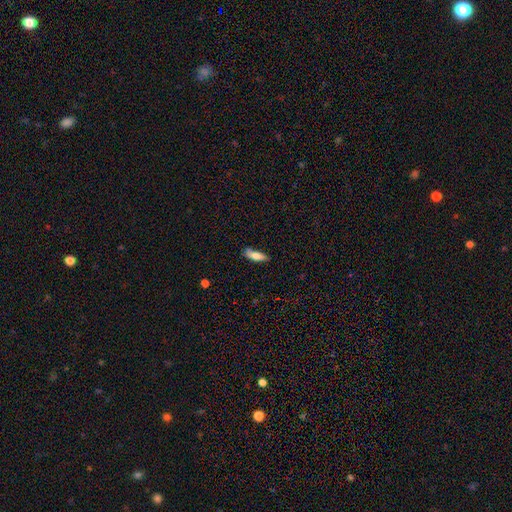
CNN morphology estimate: smooth 77%, featured or disk 16%, star or artifact 7%. Down the decision tree: how rounded — in between (57%); merging — none (65%).